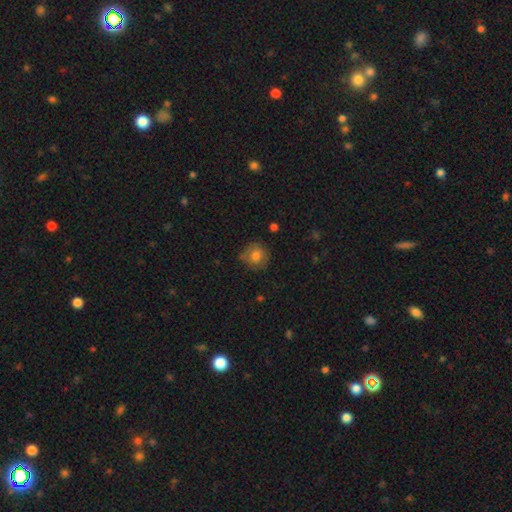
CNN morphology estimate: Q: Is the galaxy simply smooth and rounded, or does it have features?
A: smooth — 78%.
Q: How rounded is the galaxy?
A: round — 91%.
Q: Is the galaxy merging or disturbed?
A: none — 77%.